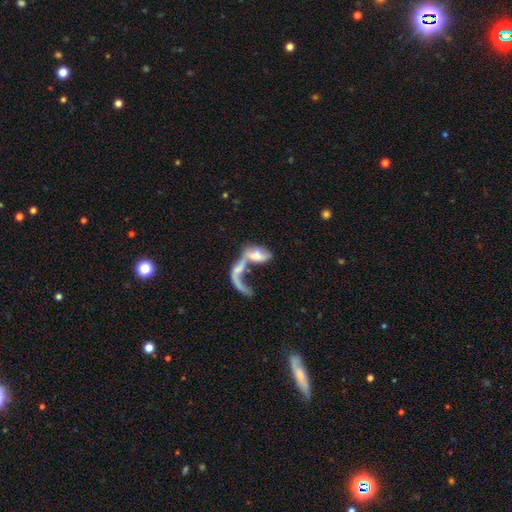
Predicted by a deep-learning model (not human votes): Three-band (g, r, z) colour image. It shows a featured or disk galaxy (51%). Merging: merger (63%).